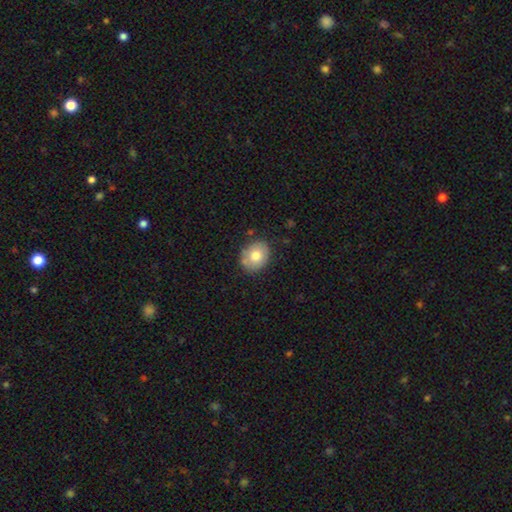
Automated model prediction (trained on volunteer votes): This is likely a smooth galaxy (75%). How rounded: possibly round (54%). Merging: likely none (78%).